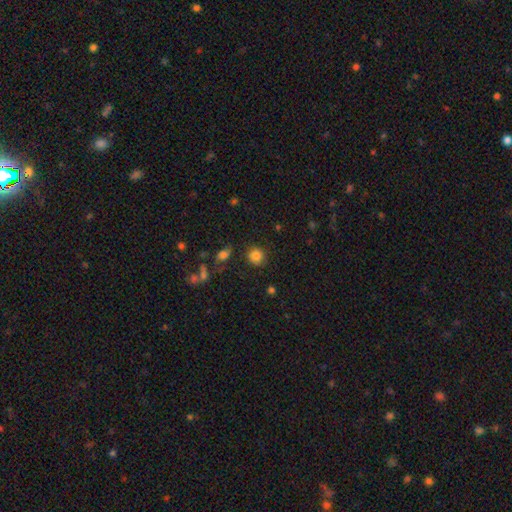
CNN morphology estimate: The model was most divided on "merging": none: 83%, minor disturbance: 11%, major disturbance: 4%, merger: 3%. More confident: how rounded — round (86%); smooth or featured — smooth (83%).